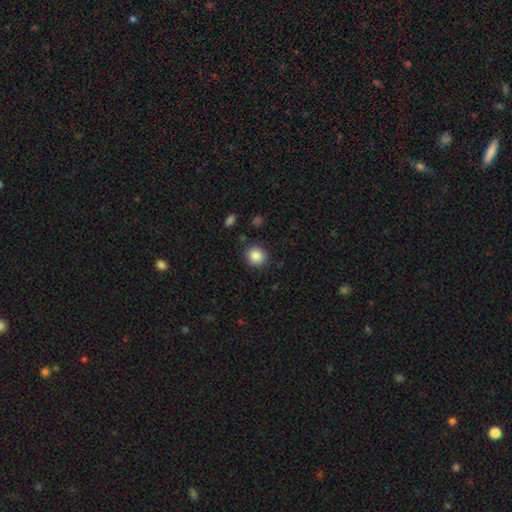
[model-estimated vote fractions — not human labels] Overall: smooth (87%). How rounded: round (86%). Merging: none (88%).